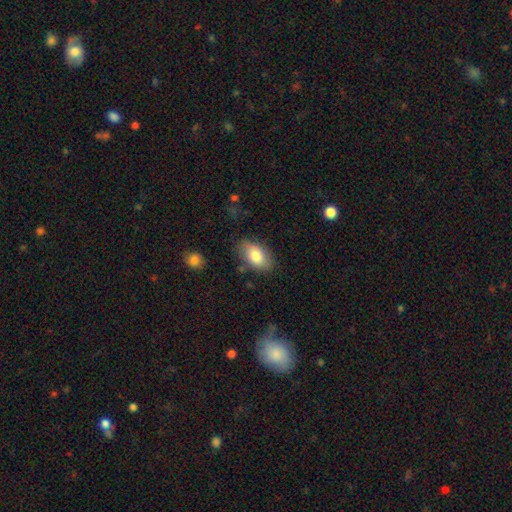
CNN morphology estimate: This appears to be a smooth galaxy with no disk features (80%) that is in between round and cigar-shaped (92%). Merging: none (78%).